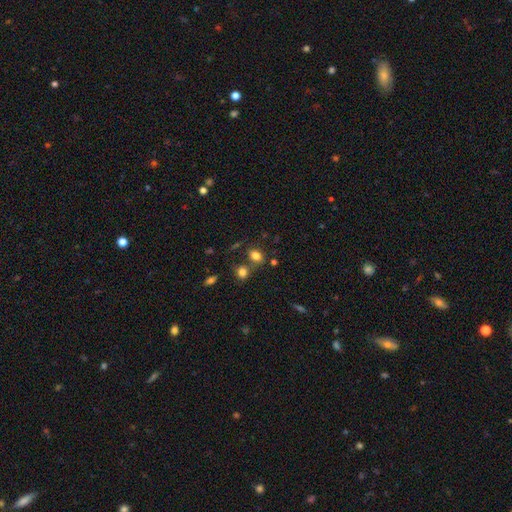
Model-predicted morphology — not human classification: This is clearly a smooth galaxy (80%). How rounded: likely in between (69%). Merging: likely none (64%).